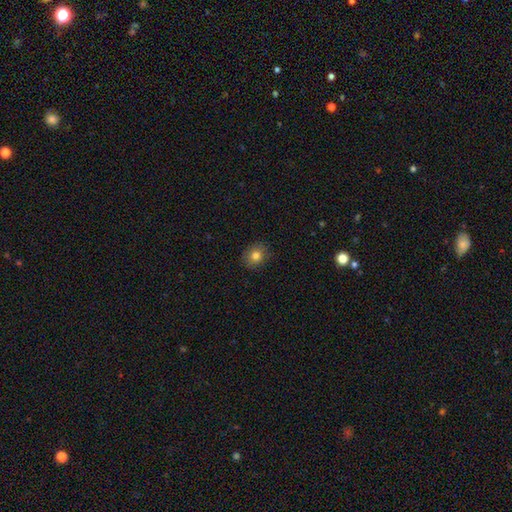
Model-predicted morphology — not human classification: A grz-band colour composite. It shows a smooth galaxy with no disk features (79%) that is round (64%). Merging: none (88%).